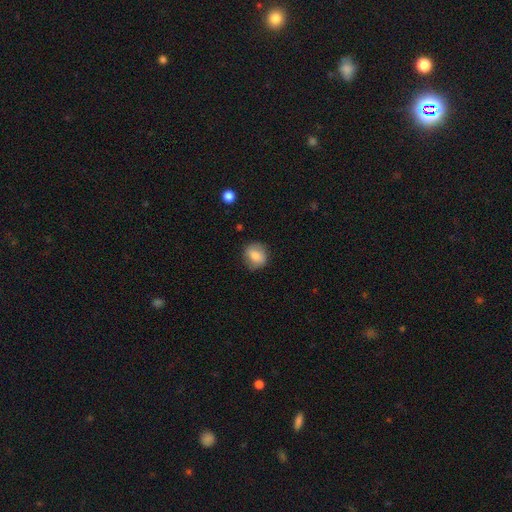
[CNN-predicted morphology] Smooth or featured: smooth — 79% (featured or disk — 13%)
How rounded: round — 69% (in between — 30%)
Merging: none — 82% (minor disturbance — 13%)